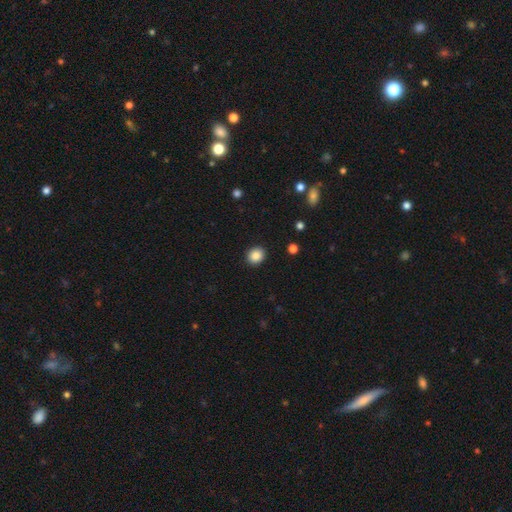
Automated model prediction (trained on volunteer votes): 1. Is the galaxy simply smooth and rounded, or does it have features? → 87% smooth, 9% star or artifact, 4% featured or disk.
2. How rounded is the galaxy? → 76% round, 23% in between, 1% cigar-shaped.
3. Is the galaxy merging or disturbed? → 91% none, 6% minor disturbance, 2% major disturbance, 1% merger.